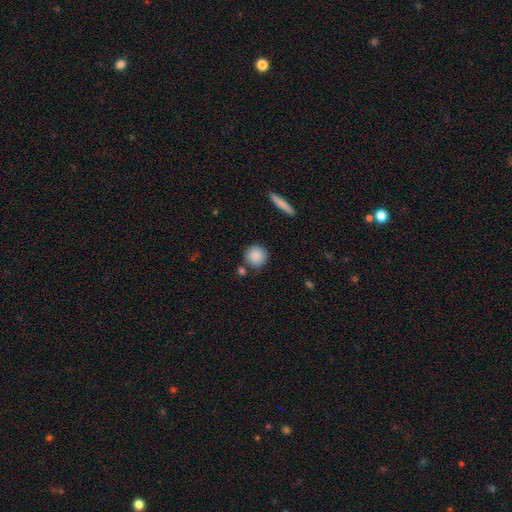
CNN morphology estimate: Smooth or featured? smooth (88%)
How rounded? round (93%)
Merging? none (81%)